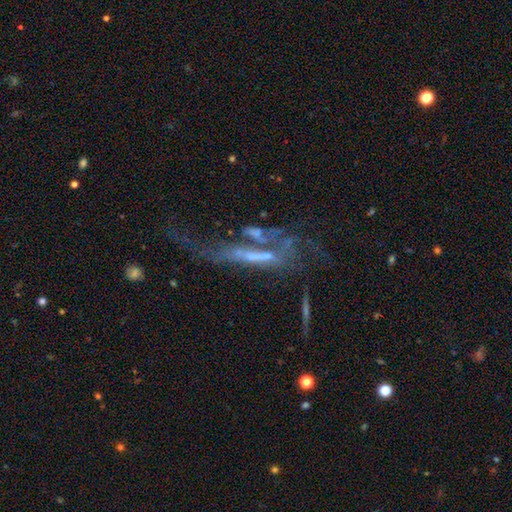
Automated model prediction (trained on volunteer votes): Smooth or featured? Predicted: featured or disk (p=0.64). Edge-on disk? Predicted: no (p=0.58). Merging? Predicted: major disturbance (p=0.38).